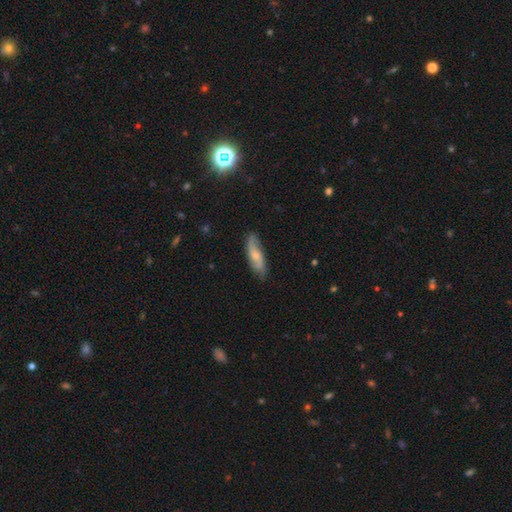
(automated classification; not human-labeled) Smooth or featured?
  - smooth: 48% *
  - featured or disk: 46%
  - star or artifact: 6%
Merging?
  - none: 78% *
  - minor disturbance: 17%
  - major disturbance: 3%
  - merger: 1%